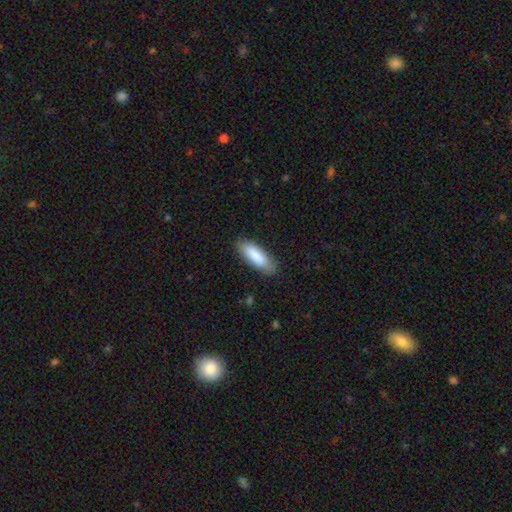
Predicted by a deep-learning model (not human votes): Smooth or featured: smooth — 86% (featured or disk — 8%)
How rounded: in between — 57% (cigar-shaped — 42%)
Merging: none — 84% (minor disturbance — 12%)